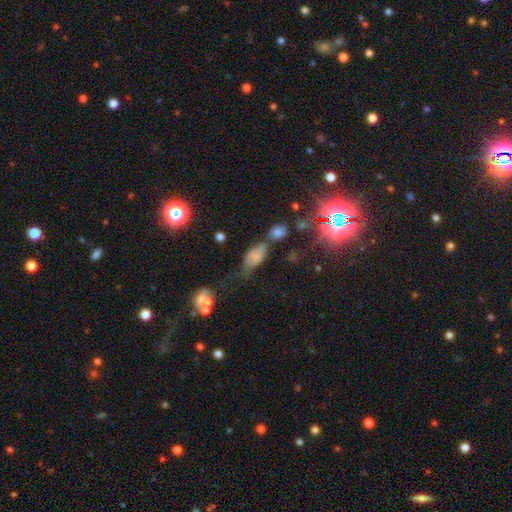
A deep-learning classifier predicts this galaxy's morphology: smooth_or_featured: smooth (p=0.36) [alt: star or artifact p=0.35]
merging: none (p=0.38) [alt: minor disturbance p=0.23]